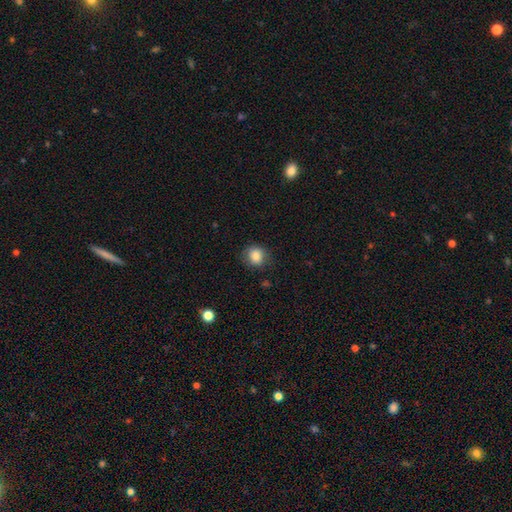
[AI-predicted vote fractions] The model was most divided on "how rounded": round: 75%, in between: 24%, cigar-shaped: 1%. More confident: smooth or featured — smooth (84%); merging — none (76%).